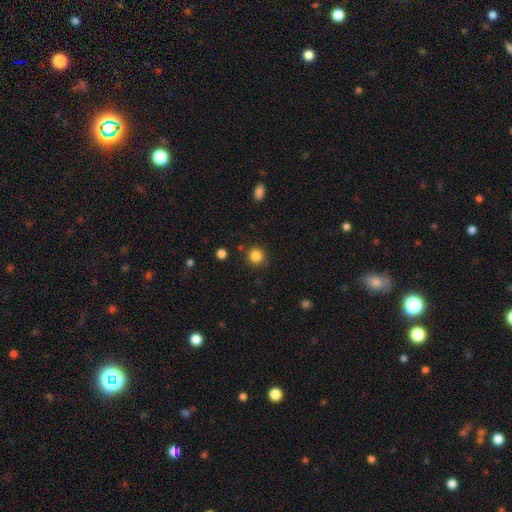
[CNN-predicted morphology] A smooth galaxy with no disk features (85%) that is round (89%). Merging: none (85%).